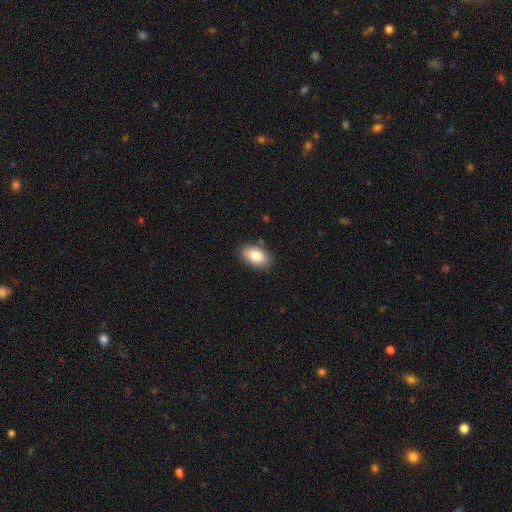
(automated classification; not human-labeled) Overall: smooth (87%). How rounded: in between (91%). Merging: none (81%).